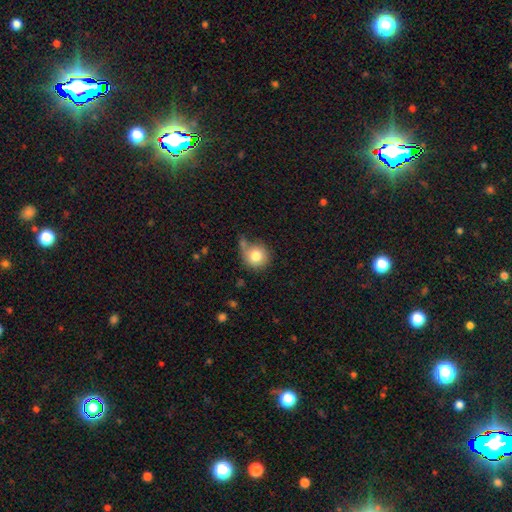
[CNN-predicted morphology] smooth 80%, featured or disk 12%, star or artifact 8%. Down the decision tree: how rounded — round (88%); merging — none (49%).